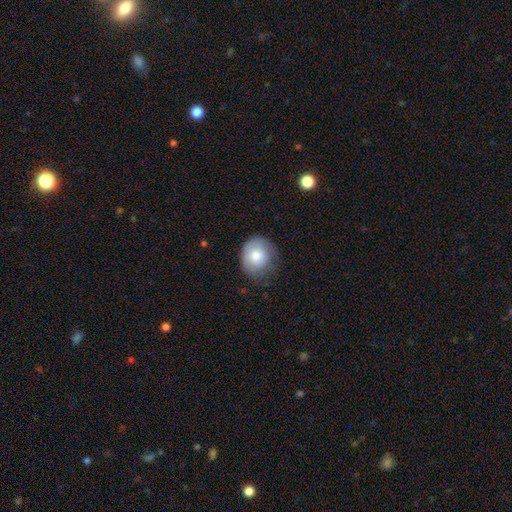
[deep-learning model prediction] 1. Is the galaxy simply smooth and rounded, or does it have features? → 77% smooth, 16% featured or disk, 7% star or artifact.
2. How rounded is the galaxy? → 72% round, 27% in between, 1% cigar-shaped.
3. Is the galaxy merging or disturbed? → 63% none, 27% minor disturbance, 9% major disturbance, 1% merger.